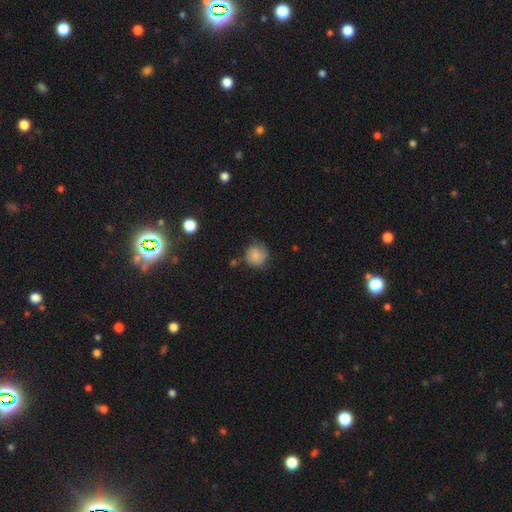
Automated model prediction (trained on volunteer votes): Smooth or featured? smooth (71%)
How rounded? round (87%)
Merging? none (62%)